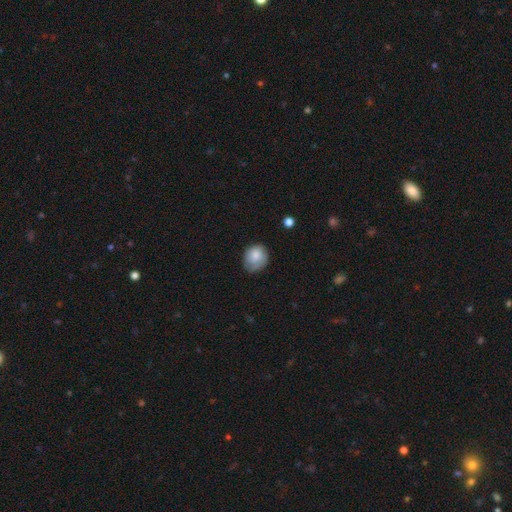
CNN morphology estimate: This is likely a smooth galaxy (80%). How rounded: likely round (66%). Merging: likely none (63%).